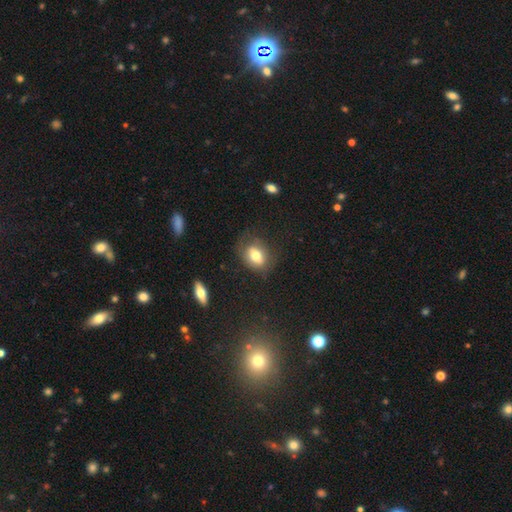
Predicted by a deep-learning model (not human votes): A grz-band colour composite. It shows a smooth galaxy with no disk features (74%) that is in between round and cigar-shaped (69%). Merging: none (68%).